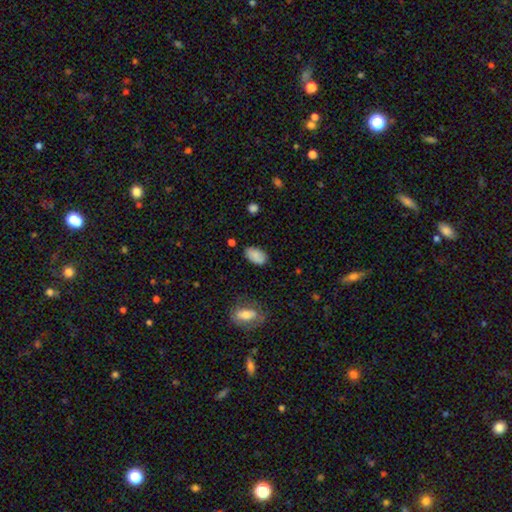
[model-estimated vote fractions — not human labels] smooth_or_featured: smooth (p=0.85) [alt: star or artifact p=0.08]
how_rounded: in between (p=0.93) [alt: round p=0.05]
merging: none (p=0.79) [alt: minor disturbance p=0.16]